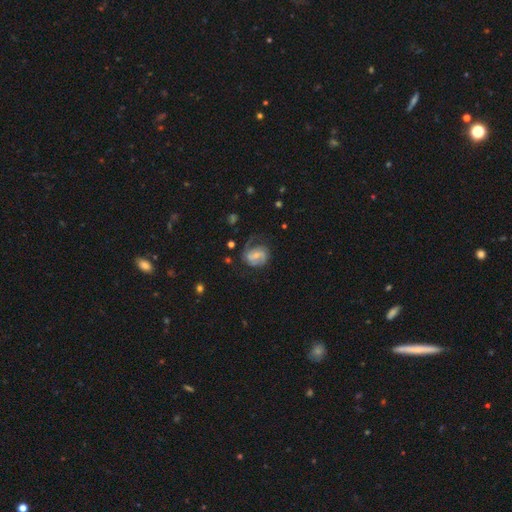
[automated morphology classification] This is likely a featured or disk galaxy (72%). It is clearly not viewed edge-on (97%). Bar: possibly weak (47%). Spiral arm pattern: clearly yes (88%). Spiral arm count: likely 2 (63%). Spiral winding: marginally medium (43%). Central bulge: possibly small (51%). Merging: possibly none (53%).